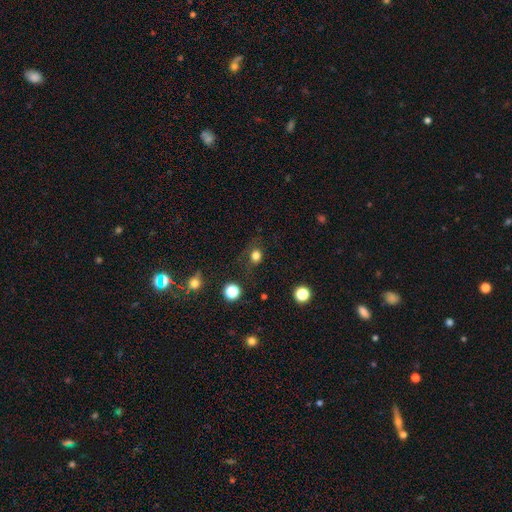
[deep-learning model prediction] Smooth or featured: smooth — 77% (star or artifact — 16%)
How rounded: round — 72% (in between — 26%)
Merging: none — 67% (minor disturbance — 18%)